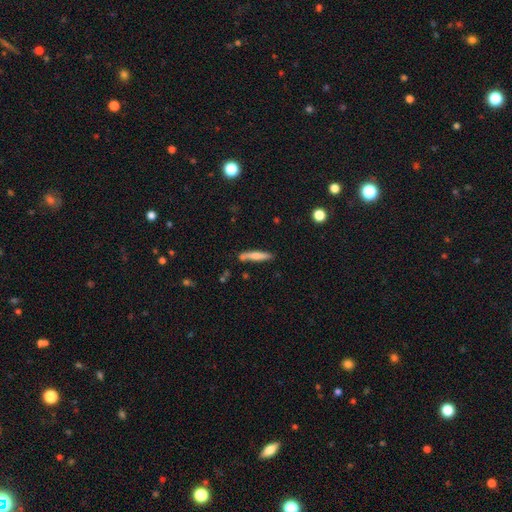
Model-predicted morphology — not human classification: Smooth or featured? Predicted: smooth (p=0.68). How rounded? Predicted: cigar-shaped (p=0.90). Merging? Predicted: none (p=0.78).